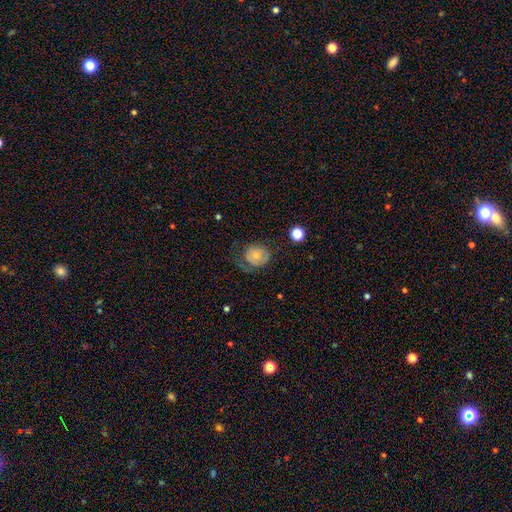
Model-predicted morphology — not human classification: Smooth or featured: smooth — 56% (featured or disk — 35%)
How rounded: round — 75% (in between — 24%)
Merging: none — 45% (minor disturbance — 28%)